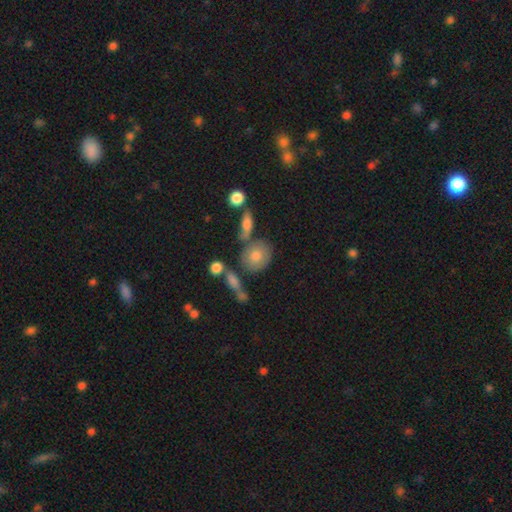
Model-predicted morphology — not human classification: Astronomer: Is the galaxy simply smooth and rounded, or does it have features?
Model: star or artifact — 39% (runner-up: smooth, 38%).